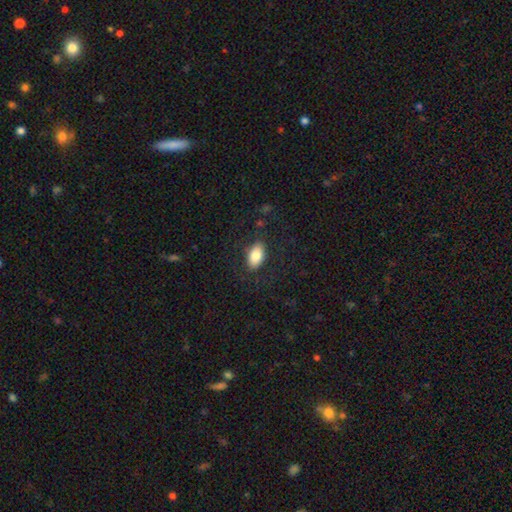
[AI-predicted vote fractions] Q: Smooth or featured?
A: smooth (83%); runner-up: featured or disk (9%)
Q: How rounded?
A: in between (92%); runner-up: round (6%)
Q: Merging?
A: none (84%); runner-up: minor disturbance (11%)